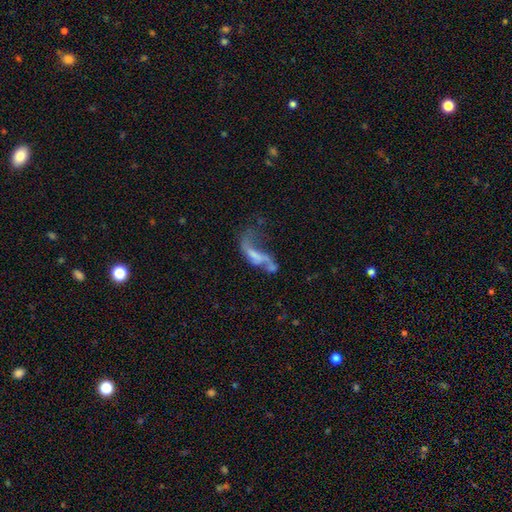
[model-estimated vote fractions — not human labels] Smooth or featured?
  - featured or disk: 63% *
  - smooth: 27%
  - star or artifact: 11%
Edge-on disk?
  - no: 91% *
  - yes: 9%
Bar?
  - no: 54% *
  - weak: 31%
  - strong: 16%
Spiral arms?
  - yes: 58% *
  - no: 42%
Bulge size?
  - none: 50% *
  - small: 27%
  - moderate: 17%
  - large: 5%
  - dominant: 2%
Merging?
  - major disturbance: 41% *
  - merger: 24%
  - none: 22%
  - minor disturbance: 14%